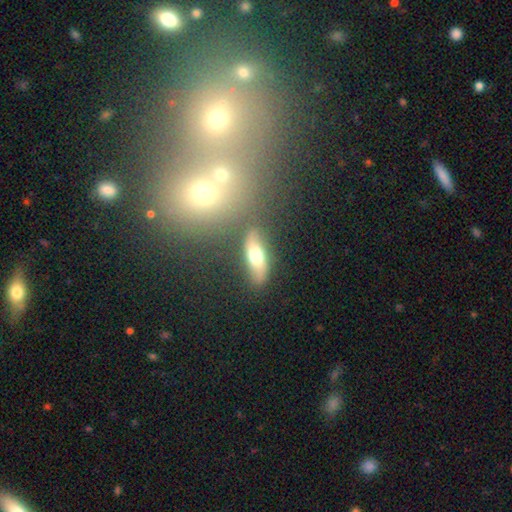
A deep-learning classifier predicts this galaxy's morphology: smooth_or_featured: smooth (p=0.61) [alt: featured or disk p=0.30]
how_rounded: in between (p=0.62) [alt: cigar-shaped p=0.33]
merging: none (p=0.78) [alt: minor disturbance p=0.12]